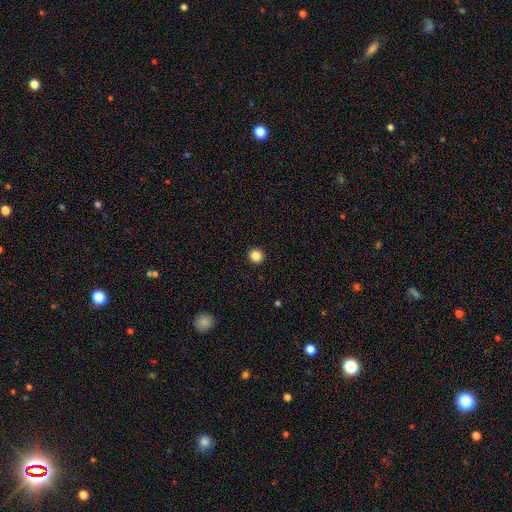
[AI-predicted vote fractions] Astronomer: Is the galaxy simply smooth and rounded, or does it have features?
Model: smooth — 86%.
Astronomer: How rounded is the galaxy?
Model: round — 94%.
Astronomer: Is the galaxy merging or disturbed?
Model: none — 94%.